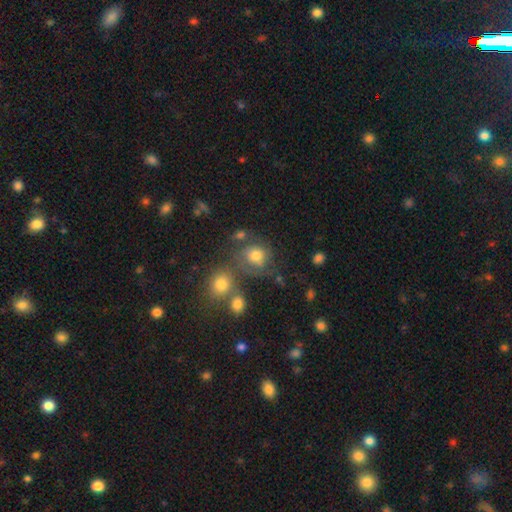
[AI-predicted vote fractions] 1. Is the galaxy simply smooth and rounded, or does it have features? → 59% smooth, 27% featured or disk, 14% star or artifact.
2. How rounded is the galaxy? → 71% round, 27% in between, 1% cigar-shaped.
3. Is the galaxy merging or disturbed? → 47% none, 22% merger, 18% minor disturbance, 13% major disturbance.